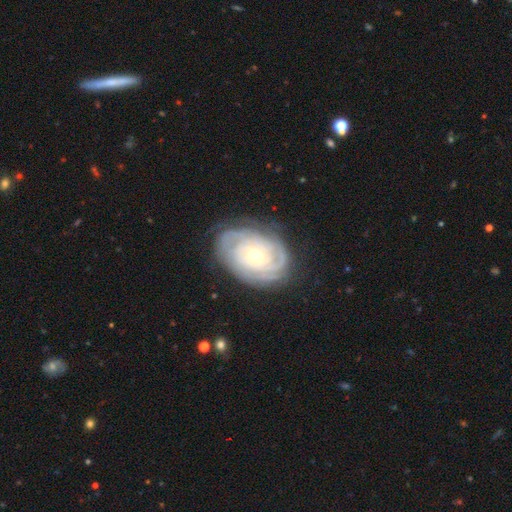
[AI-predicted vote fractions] Q: Smooth or featured?
A: featured or disk (85%); runner-up: smooth (10%)
Q: Edge-on disk?
A: no (96%); runner-up: yes (4%)
Q: Bar?
A: no (78%); runner-up: weak (17%)
Q: Spiral arms?
A: yes (95%); runner-up: no (5%)
Q: Spiral winding?
A: tight (83%); runner-up: medium (14%)
Q: Spiral arm count?
A: can't tell (37%); runner-up: 3 (18%)
Q: Bulge size?
A: moderate (51%); runner-up: small (45%)
Q: Merging?
A: none (78%); runner-up: minor disturbance (16%)